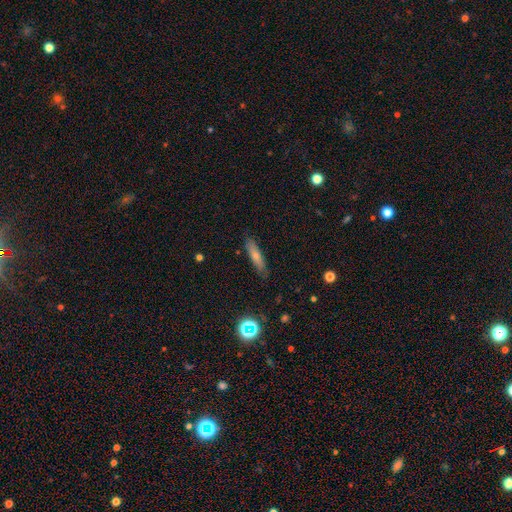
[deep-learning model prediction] A smooth galaxy with no disk features (68%) that is cigar-shaped (73%).

Vote fractions:
- Smooth or featured? smooth: 68% / featured or disk: 23% / star or artifact: 9%
- How rounded? cigar-shaped: 73% / in between: 24% / round: 2%
- Merging? none: 83% / minor disturbance: 13% / major disturbance: 3% / merger: 2%